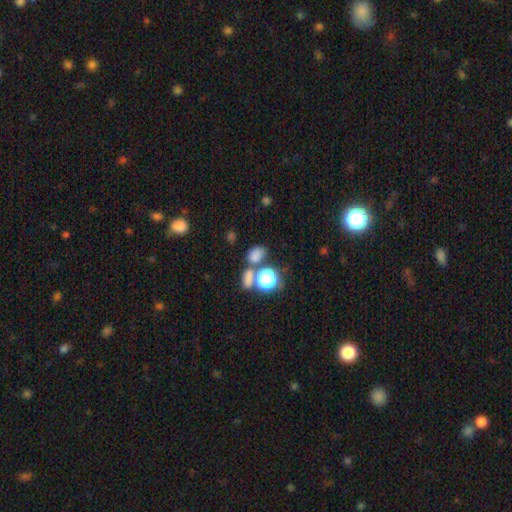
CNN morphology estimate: Smooth or featured? Predicted: smooth (p=0.72). How rounded? Predicted: in between (p=0.59). Merging? Predicted: none (p=0.54).